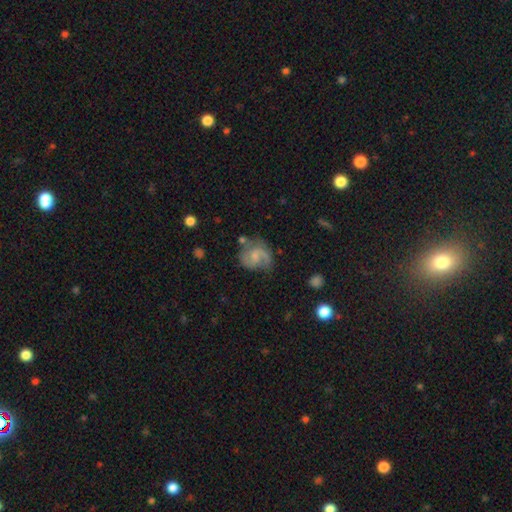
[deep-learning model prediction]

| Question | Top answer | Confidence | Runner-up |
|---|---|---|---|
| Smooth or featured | featured or disk | 65% | smooth (28%) |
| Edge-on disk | no | 98% | yes (2%) |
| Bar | no | 52% | weak (42%) |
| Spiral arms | yes | 89% | no (11%) |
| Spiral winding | medium | 48% | loose (29%) |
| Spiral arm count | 2 | 71% | 1 (14%) |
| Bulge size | small | 51% | moderate (30%) |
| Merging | none | 52% | minor disturbance (27%) |